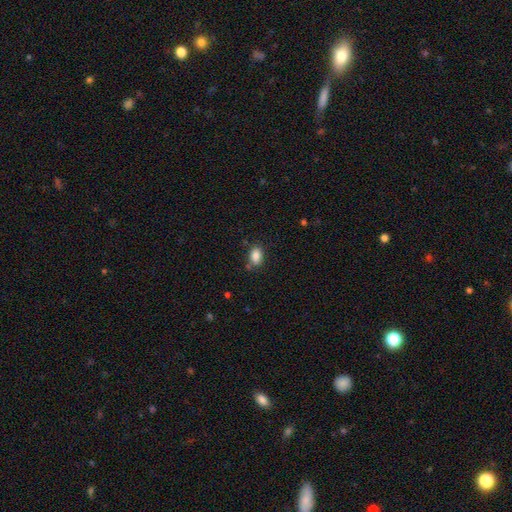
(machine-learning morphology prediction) smooth 86%, star or artifact 9%, featured or disk 5%. Down the decision tree: how rounded — in between (82%); merging — none (77%).